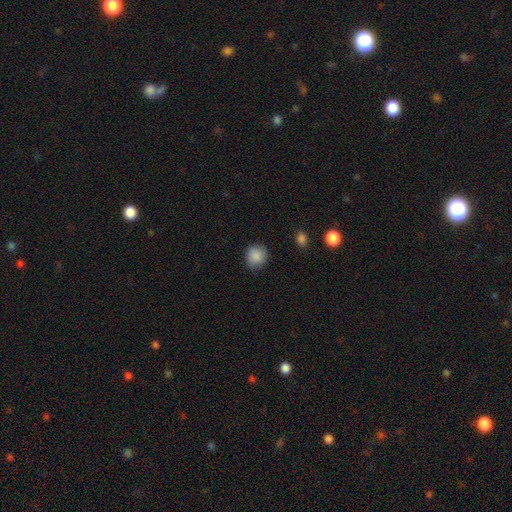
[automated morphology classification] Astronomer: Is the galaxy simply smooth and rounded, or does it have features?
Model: smooth — 87%.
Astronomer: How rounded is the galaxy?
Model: round — 83%.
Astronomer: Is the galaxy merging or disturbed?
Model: none — 80%.